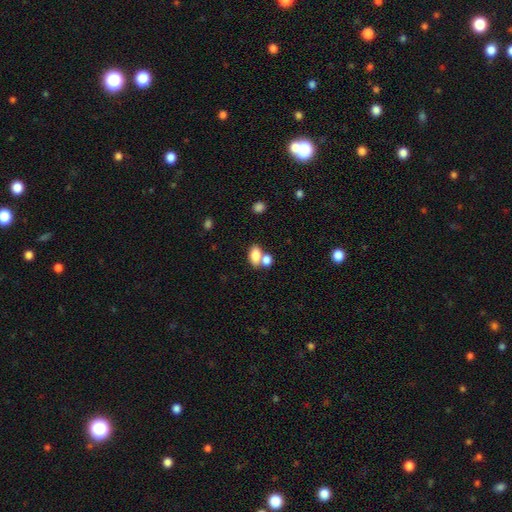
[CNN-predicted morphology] Smooth or featured?
  - smooth: 81% *
  - featured or disk: 11%
  - star or artifact: 9%
How rounded?
  - in between: 86% *
  - round: 12%
  - cigar-shaped: 2%
Merging?
  - merger: 51% *
  - none: 36%
  - minor disturbance: 9%
  - major disturbance: 4%